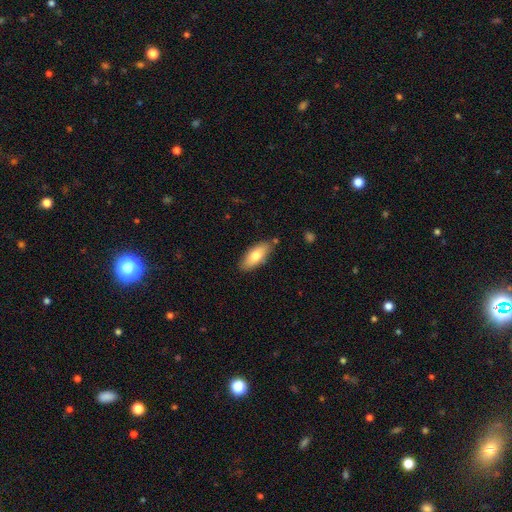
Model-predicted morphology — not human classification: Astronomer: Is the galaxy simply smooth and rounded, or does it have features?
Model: smooth — 73%.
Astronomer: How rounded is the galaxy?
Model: in between — 80%.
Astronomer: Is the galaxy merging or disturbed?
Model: none — 82%.